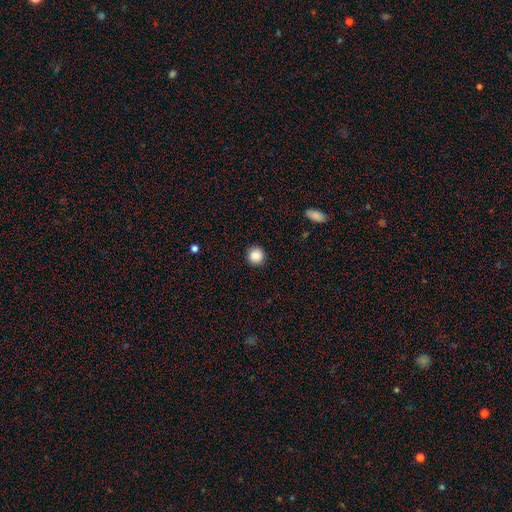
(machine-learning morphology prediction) This appears to be a smooth galaxy with no disk features (88%) that is round (95%). Merging: none (92%).